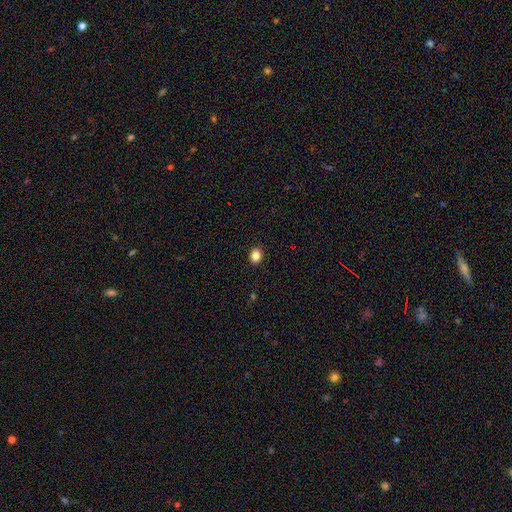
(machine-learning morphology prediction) A smooth galaxy with no disk features (85%) that is in between round and cigar-shaped (52%). Merging: none (91%).